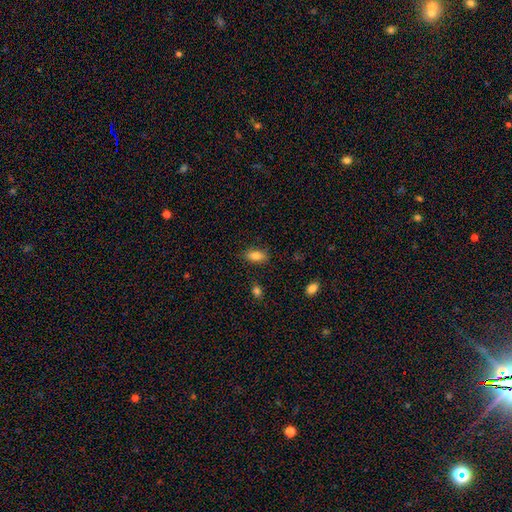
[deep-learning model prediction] The model was most divided on "smooth or featured": smooth: 82%, featured or disk: 10%, star or artifact: 9%. More confident: how rounded — in between (88%); merging — none (85%).